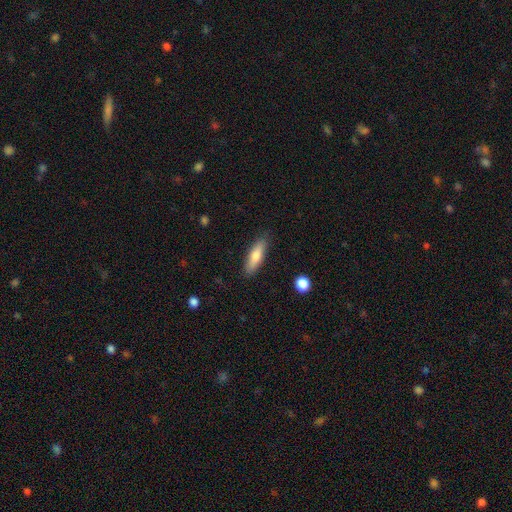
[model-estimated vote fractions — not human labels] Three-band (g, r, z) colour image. It shows a smooth galaxy with no disk features (72%) that is cigar-shaped (52%). Merging: none (86%).